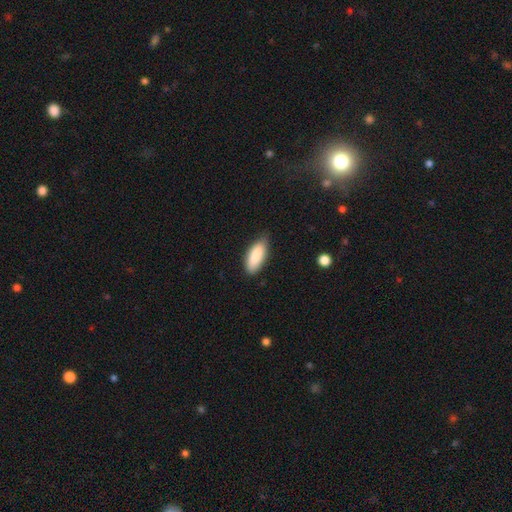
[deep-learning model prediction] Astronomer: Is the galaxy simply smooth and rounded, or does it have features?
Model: smooth — 88%.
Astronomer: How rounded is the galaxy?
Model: in between — 82%.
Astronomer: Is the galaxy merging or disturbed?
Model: none — 76%.